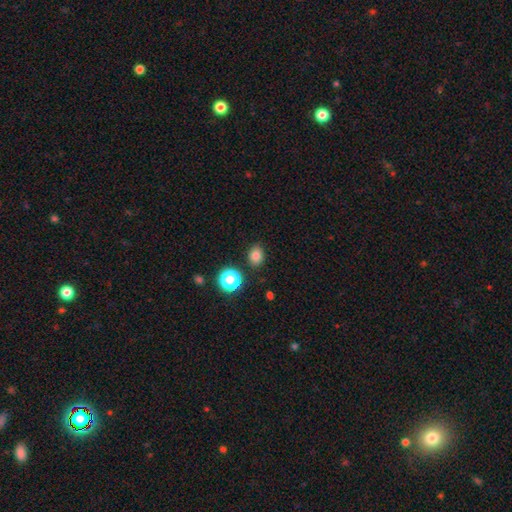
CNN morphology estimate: A smooth galaxy with no disk features (81%) that is in between round and cigar-shaped (55%). Merging: none (86%).